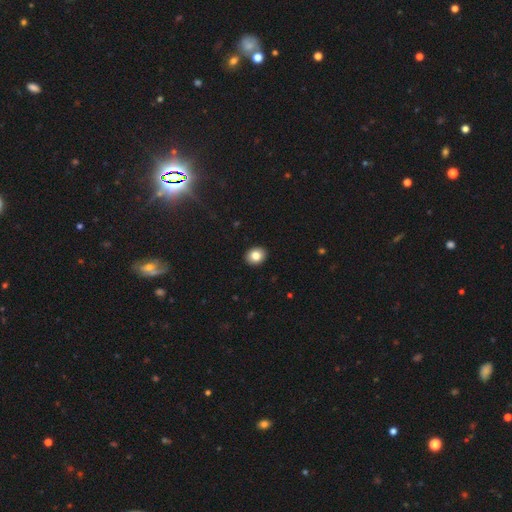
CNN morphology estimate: smooth 83%, star or artifact 9%, featured or disk 8%. Down the decision tree: how rounded — round (57%); merging — none (92%).